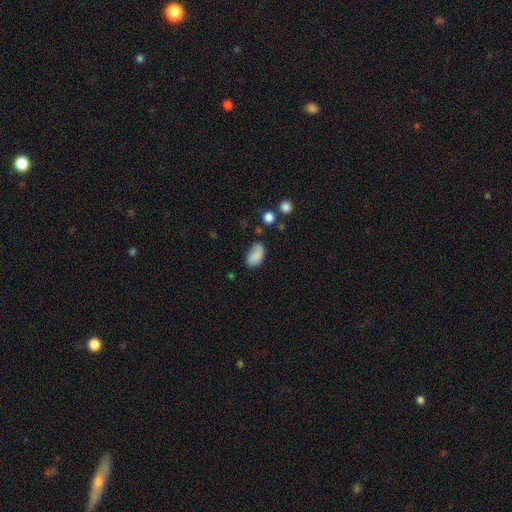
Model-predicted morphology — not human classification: smooth 75%, featured or disk 16%, star or artifact 9%. Down the decision tree: how rounded — in between (90%); merging — none (54%).